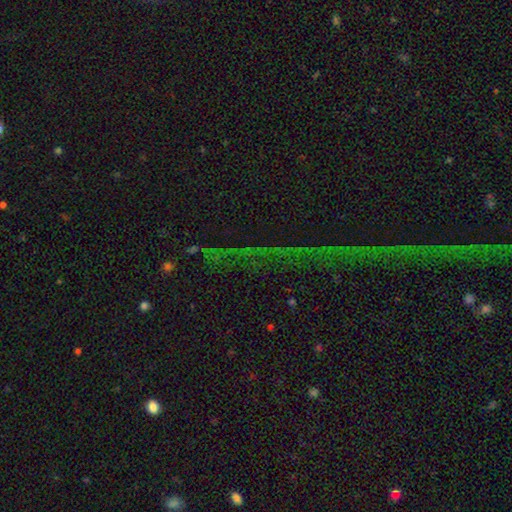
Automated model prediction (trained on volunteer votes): Smooth or featured?
  - star or artifact: 82% *
  - featured or disk: 10%
  - smooth: 8%